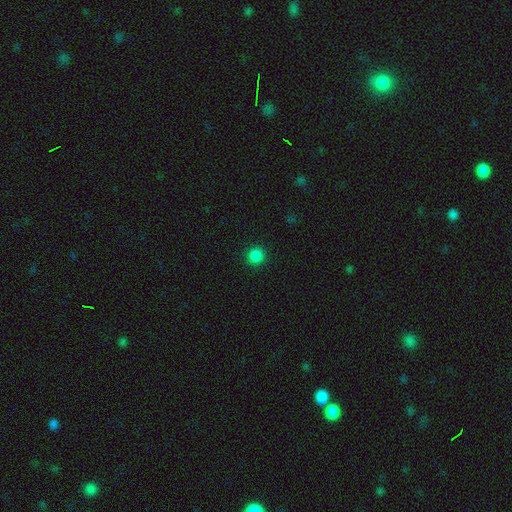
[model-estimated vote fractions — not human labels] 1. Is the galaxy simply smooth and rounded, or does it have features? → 85% smooth, 13% star or artifact, 2% featured or disk.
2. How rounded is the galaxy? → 93% round, 6% in between, 1% cigar-shaped.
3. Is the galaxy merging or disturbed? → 92% none, 5% minor disturbance, 2% major disturbance, 1% merger.